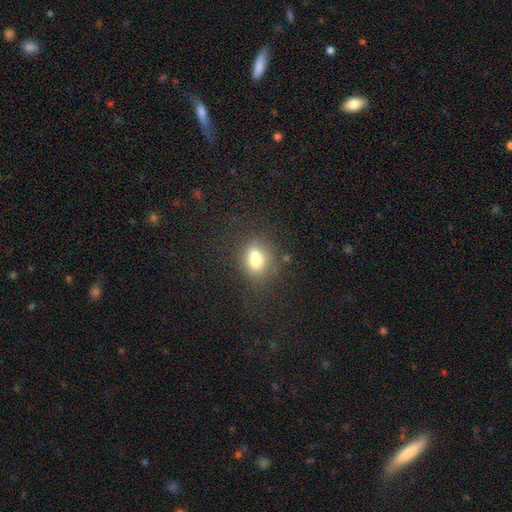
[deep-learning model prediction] Smooth or featured? Predicted: smooth (p=0.70). How rounded? Predicted: in between (p=0.54). Merging? Predicted: none (p=0.48).